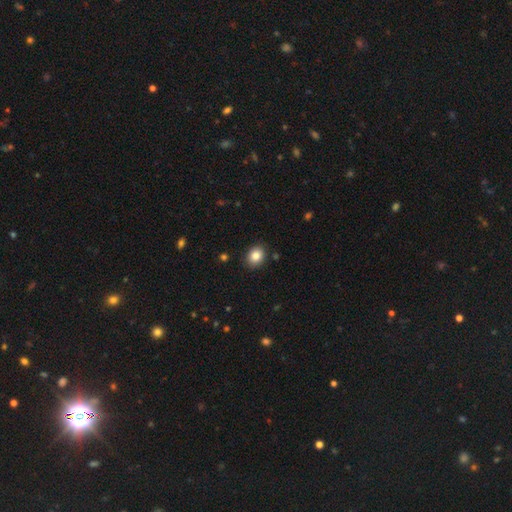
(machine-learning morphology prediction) Smooth or featured? Predicted: smooth (p=0.85). How rounded? Predicted: round (p=0.50). Merging? Predicted: none (p=0.89).